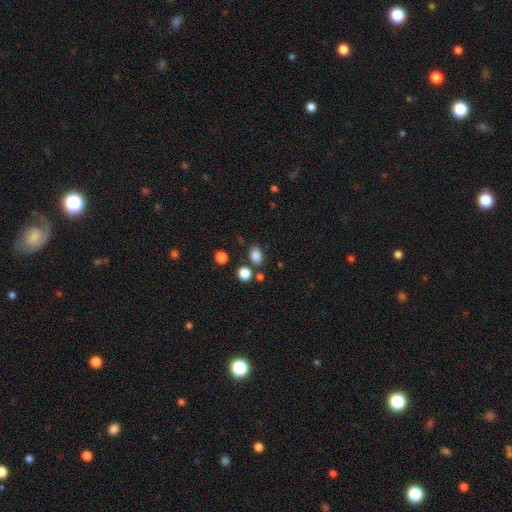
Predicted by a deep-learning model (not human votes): Q: Smooth or featured?
A: smooth (83%); runner-up: star or artifact (12%)
Q: How rounded?
A: in between (74%); runner-up: round (25%)
Q: Merging?
A: none (76%); runner-up: minor disturbance (11%)